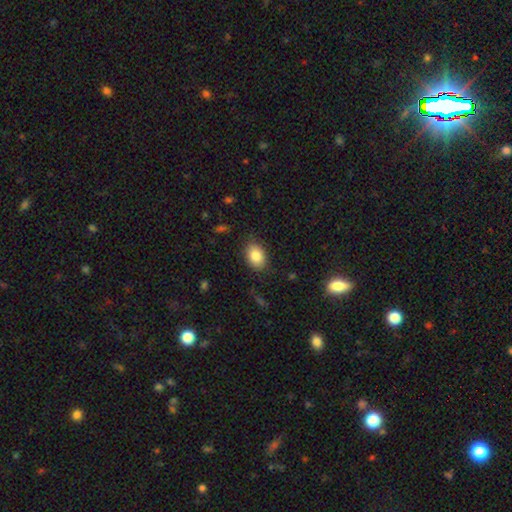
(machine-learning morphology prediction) Smooth or featured: smooth — 85% (star or artifact — 8%)
How rounded: in between — 77% (round — 22%)
Merging: none — 82% (minor disturbance — 14%)